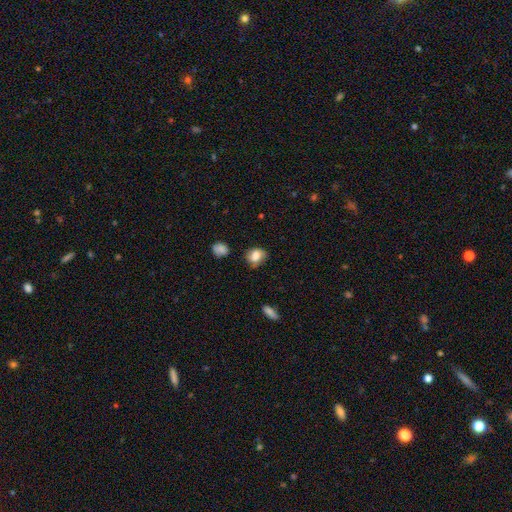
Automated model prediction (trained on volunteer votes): Smooth or featured?
  - smooth: 76% *
  - featured or disk: 15%
  - star or artifact: 9%
How rounded?
  - in between: 58% *
  - round: 41%
  - cigar-shaped: 1%
Merging?
  - none: 59% *
  - minor disturbance: 29%
  - major disturbance: 9%
  - merger: 3%